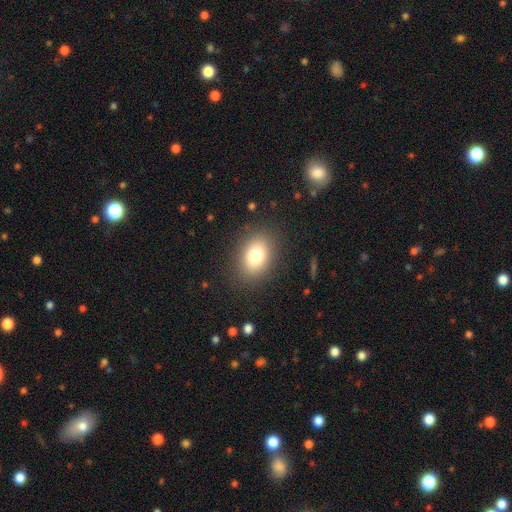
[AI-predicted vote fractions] smooth 77%, featured or disk 12%, star or artifact 11%. Down the decision tree: how rounded — in between (67%); merging — none (85%).